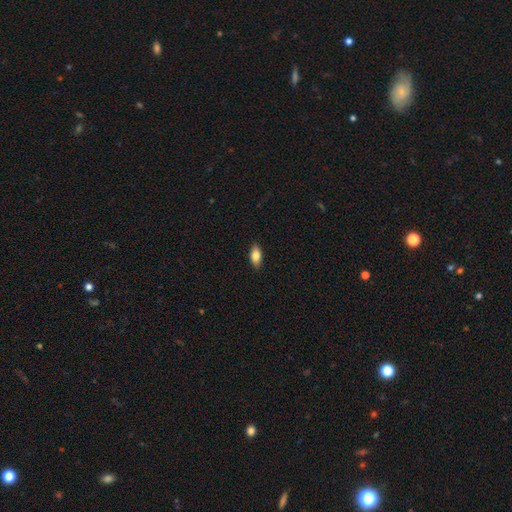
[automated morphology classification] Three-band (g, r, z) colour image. It shows a smooth galaxy with no disk features (82%) that is in between round and cigar-shaped (88%). Merging: none (88%).